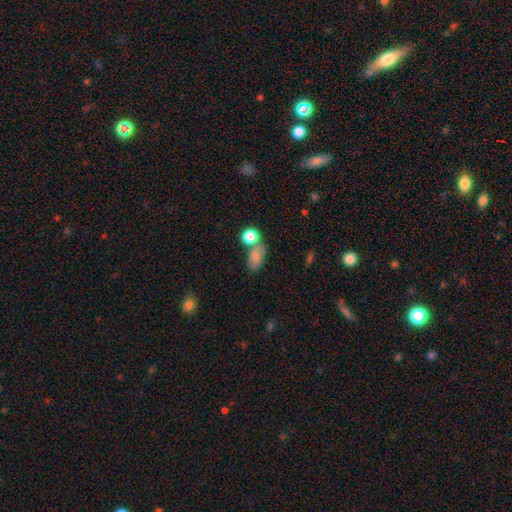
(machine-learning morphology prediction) The model was most divided on "merging": none: 49%, merger: 27%, minor disturbance: 17%, major disturbance: 7%. More confident: how rounded — in between (80%); smooth or featured — smooth (77%).